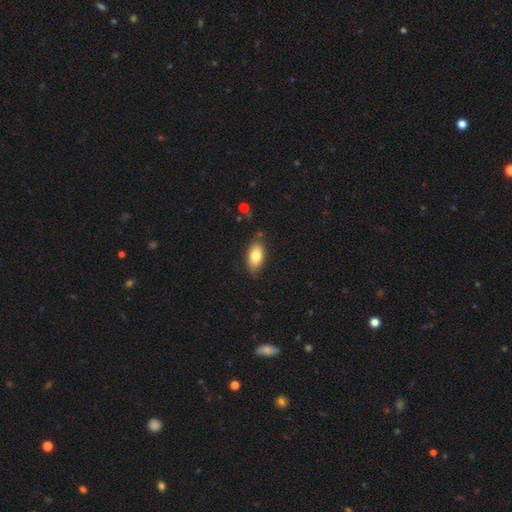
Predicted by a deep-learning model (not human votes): The model was most divided on "merging": none: 78%, minor disturbance: 16%, merger: 3%, major disturbance: 3%. More confident: how rounded — in between (91%); smooth or featured — smooth (79%).